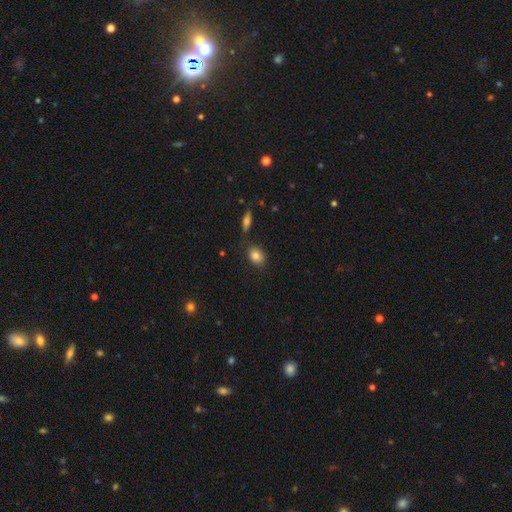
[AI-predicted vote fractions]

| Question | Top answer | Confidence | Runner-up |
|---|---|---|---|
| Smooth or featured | smooth | 84% | star or artifact (9%) |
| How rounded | in between | 63% | round (36%) |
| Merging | none | 79% | minor disturbance (12%) |